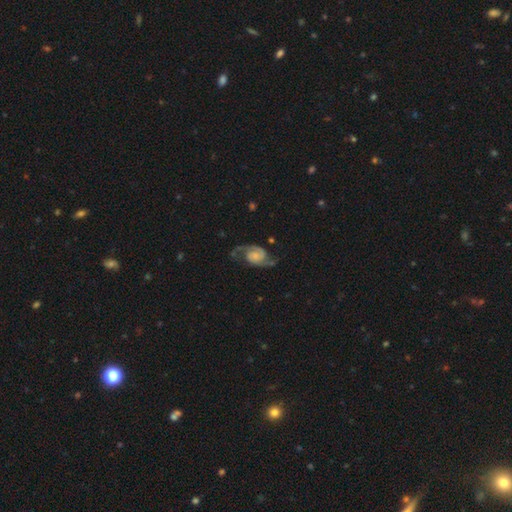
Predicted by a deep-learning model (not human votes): Smooth or featured? featured or disk (88%)
Edge-on disk? no (98%)
Bar? no (66%)
Spiral arms? yes (98%)
Spiral winding? medium (48%)
Spiral arm count? 2 (94%)
Bulge size? small (36%)
Merging? none (69%)